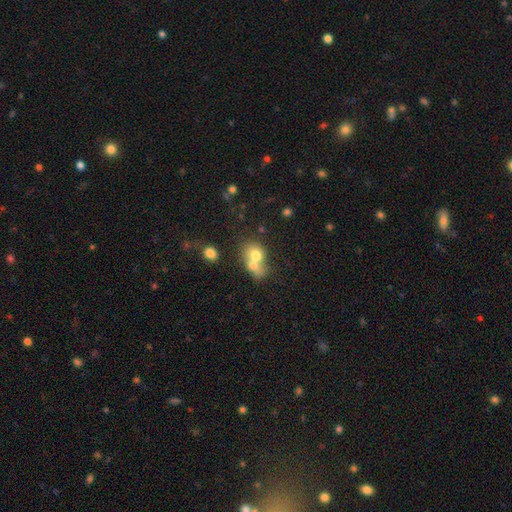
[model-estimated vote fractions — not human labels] The model was most divided on "how rounded": round: 53%, in between: 46%, cigar-shaped: 1%. More confident: smooth or featured — smooth (69%); merging — merger (69%).